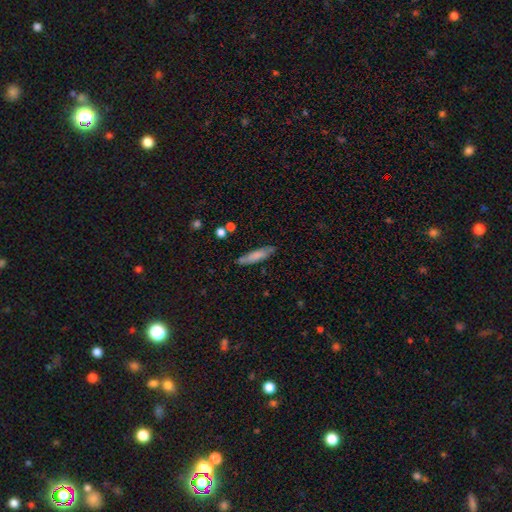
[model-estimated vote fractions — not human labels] Smooth or featured? smooth (73%)
How rounded? cigar-shaped (77%)
Merging? none (78%)